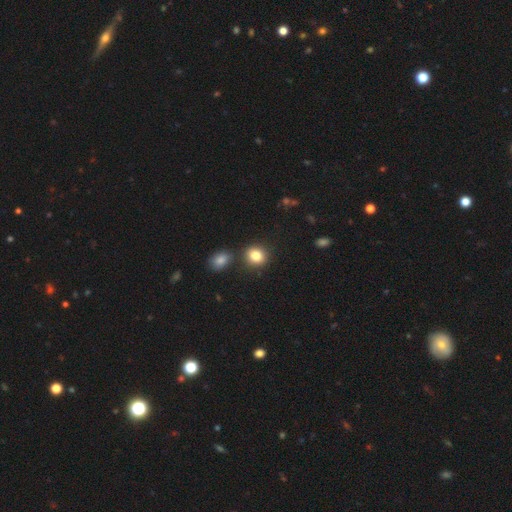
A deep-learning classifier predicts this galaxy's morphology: This is clearly a smooth galaxy (83%). How rounded: likely round (77%). Merging: likely none (78%).